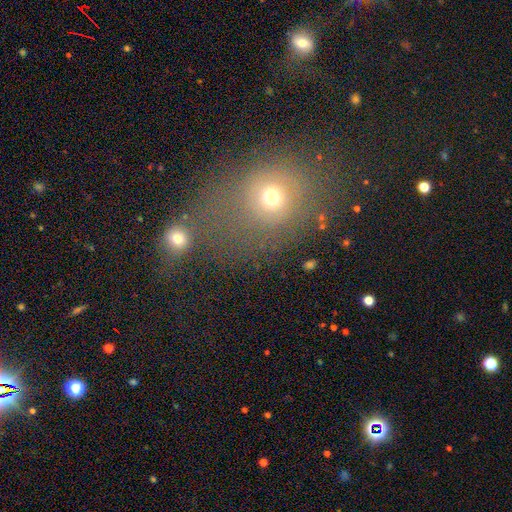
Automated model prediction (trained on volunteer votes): This is possibly a smooth galaxy (57%). How rounded: likely round (64%). Merging: marginally none (42%).